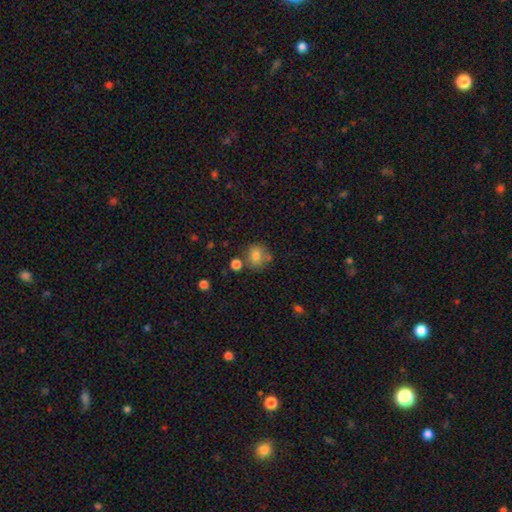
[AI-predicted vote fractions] smooth-or-featured: smooth: 78% | featured or disk: 11% | star or artifact: 11%
  how-rounded: round: 77% | in between: 22% | cigar-shaped: 1%
  merging: none: 65% | minor disturbance: 15% | merger: 15% | major disturbance: 5%